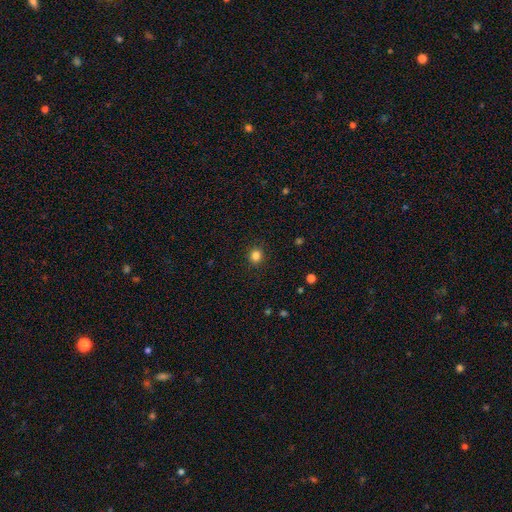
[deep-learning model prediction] The model was most divided on "how rounded": round: 84%, in between: 15%, cigar-shaped: 1%. More confident: merging — none (90%); smooth or featured — smooth (84%).